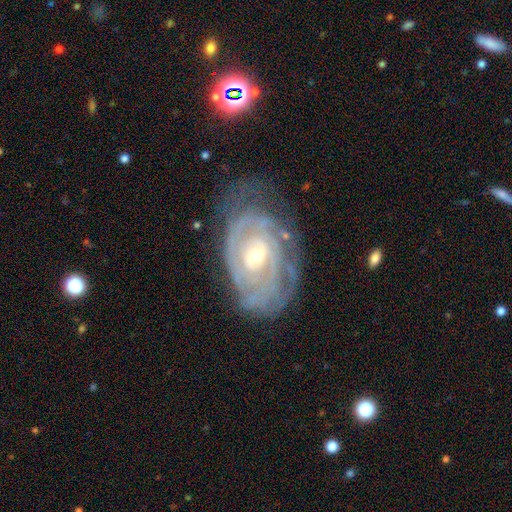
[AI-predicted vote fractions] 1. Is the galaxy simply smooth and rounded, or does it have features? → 86% featured or disk, 8% smooth, 6% star or artifact.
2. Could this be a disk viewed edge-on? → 96% no, 4% yes.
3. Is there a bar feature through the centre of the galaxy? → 56% no, 34% weak, 11% strong.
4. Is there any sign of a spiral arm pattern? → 93% yes, 7% no.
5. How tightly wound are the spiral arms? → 79% tight, 17% medium, 4% loose.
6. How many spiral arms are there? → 44% can't tell, 22% 2, 15% 3, 9% 4, 5% more than 4, 5% 1.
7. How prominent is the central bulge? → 55% small, 42% moderate, 2% large, 1% none, 1% dominant.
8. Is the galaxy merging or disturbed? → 64% none, 23% minor disturbance, 11% major disturbance, 2% merger.